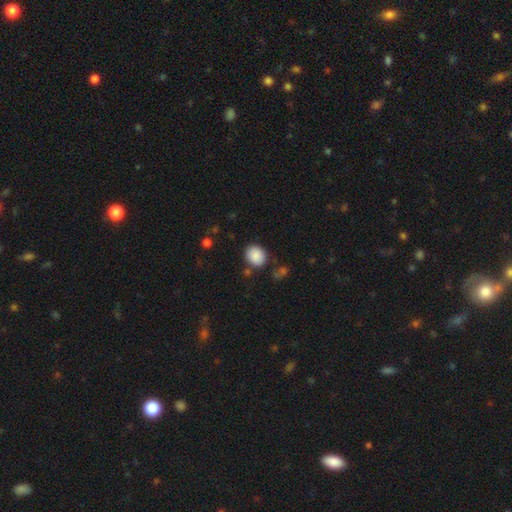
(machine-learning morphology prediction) The model was most divided on "how rounded": round: 60%, in between: 39%, cigar-shaped: 1%. More confident: smooth or featured — smooth (88%); merging — none (80%).